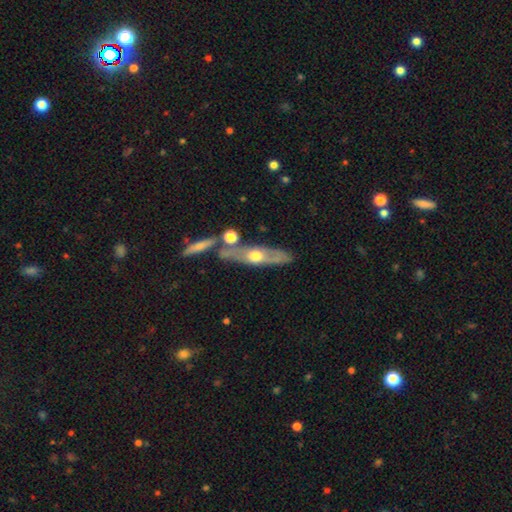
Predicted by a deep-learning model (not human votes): smooth-or-featured: featured or disk: 65% | smooth: 28% | star or artifact: 6%
  disk-edge-on: yes: 71% | no: 29%
  merging: none: 65% | merger: 15% | minor disturbance: 14% | major disturbance: 5%